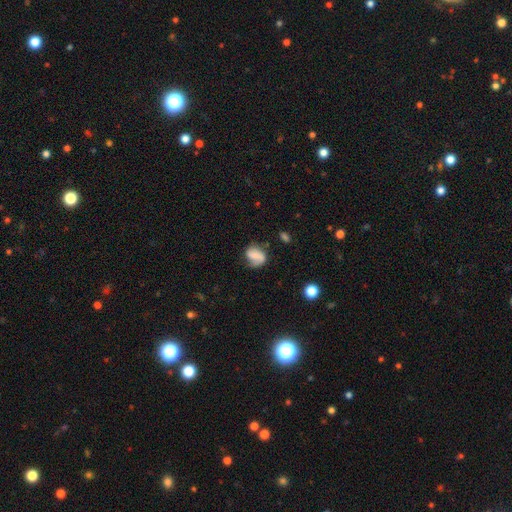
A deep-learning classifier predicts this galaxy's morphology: A smooth galaxy with no disk features (52%) that is in between round and cigar-shaped (55%). Merging: none (52%).